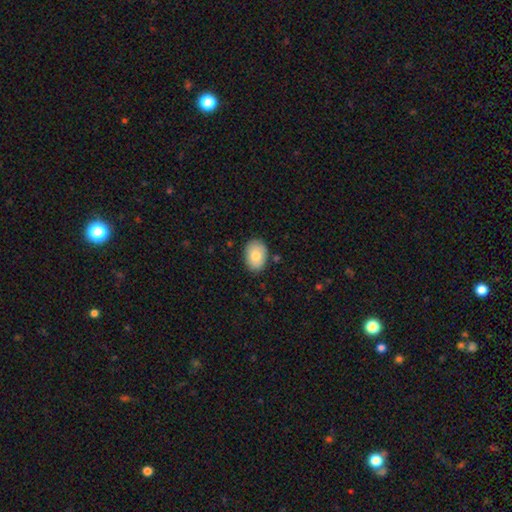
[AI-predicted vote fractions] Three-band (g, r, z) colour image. It shows a smooth galaxy with no disk features (81%) that is in between round and cigar-shaped (77%). Merging: none (83%).